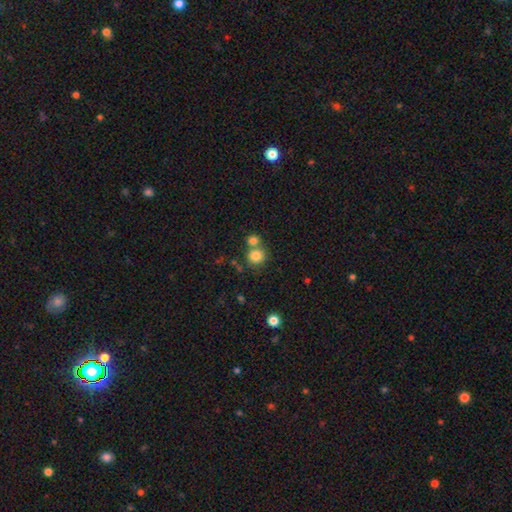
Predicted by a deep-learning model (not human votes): Smooth or featured? smooth (81%)
How rounded? round (88%)
Merging? none (56%)